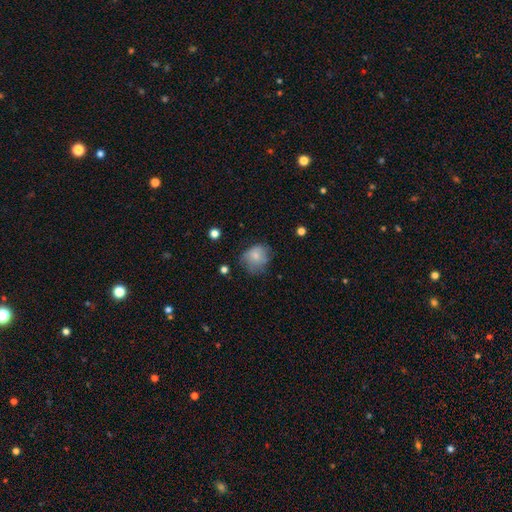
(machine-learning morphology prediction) Smooth or featured: smooth — 74% (featured or disk — 17%)
How rounded: round — 67% (in between — 32%)
Merging: none — 54% (minor disturbance — 30%)